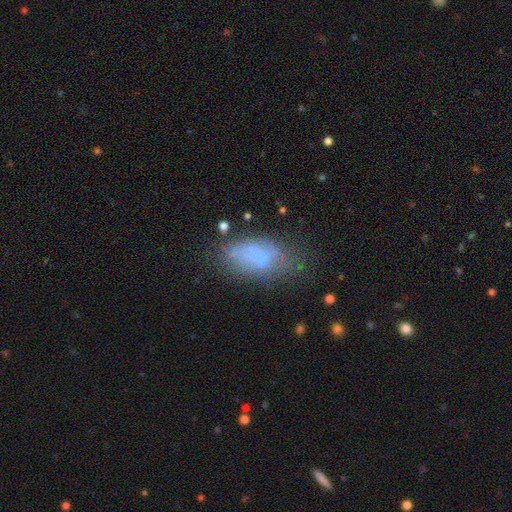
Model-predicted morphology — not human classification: This is possibly a smooth galaxy (52%). How rounded: clearly in between (88%). Merging: possibly none (48%).